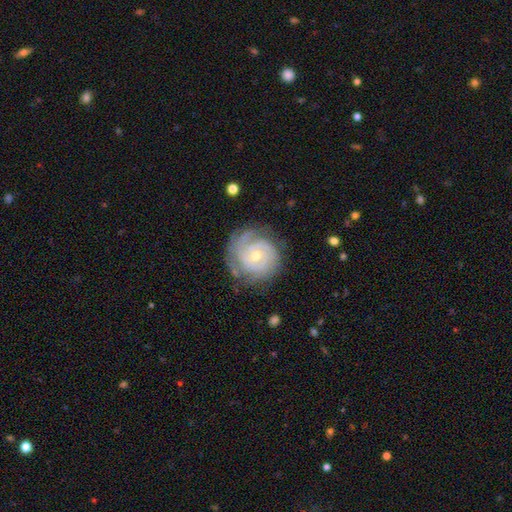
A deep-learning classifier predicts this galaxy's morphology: smooth-or-featured: featured or disk: 87% | smooth: 8% | star or artifact: 6%
  disk-edge-on: no: 98% | yes: 2%
    bar: no: 67% | weak: 27% | strong: 6%
    has-spiral-arms: yes: 97% | no: 3%
      spiral-winding: tight: 76% | medium: 20% | loose: 4%
      spiral-arm-count: 3: 28% | 2: 26% | can't tell: 25% | 4: 10% | 1: 6% | more than 4: 6%
    bulge-size: small: 57% | moderate: 40% | large: 1% | none: 1% | dominant: 1%
  merging: none: 75% | minor disturbance: 17% | major disturbance: 6% | merger: 1%